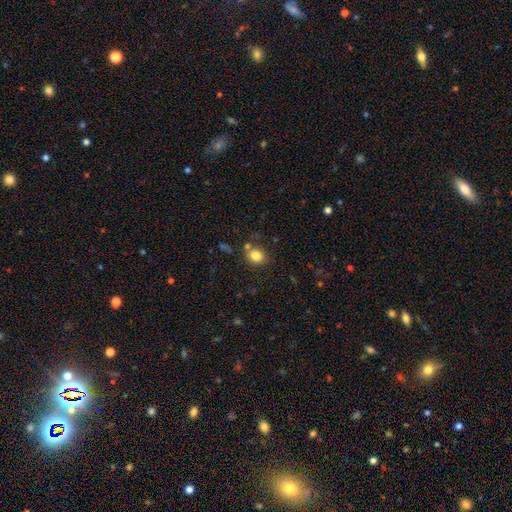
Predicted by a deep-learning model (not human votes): This is clearly a smooth galaxy (82%). How rounded: likely round (70%). Merging: likely none (74%).